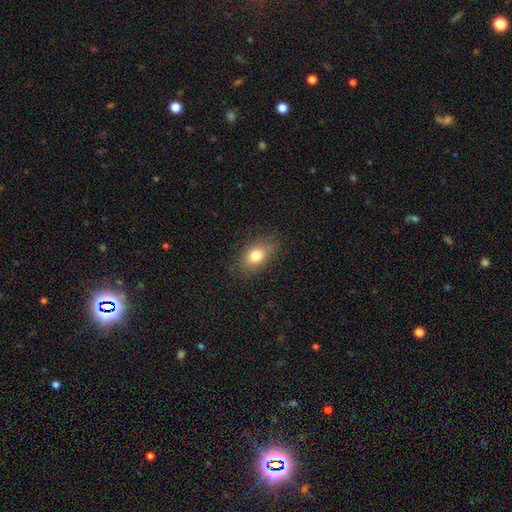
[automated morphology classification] smooth 80%, featured or disk 11%, star or artifact 10%. Down the decision tree: how rounded — in between (78%); merging — none (76%).